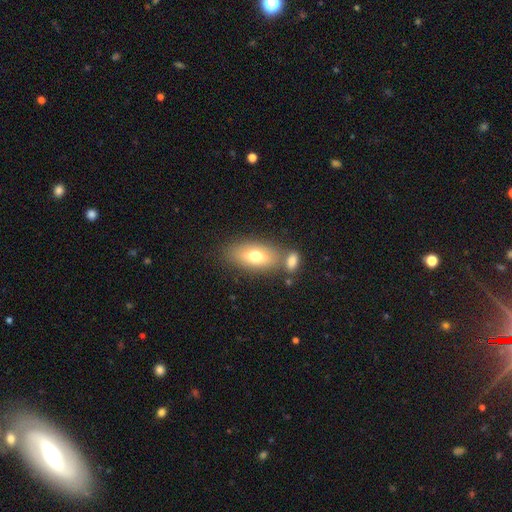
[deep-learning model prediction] Smooth or featured? smooth (70%)
How rounded? in between (86%)
Merging? none (61%)